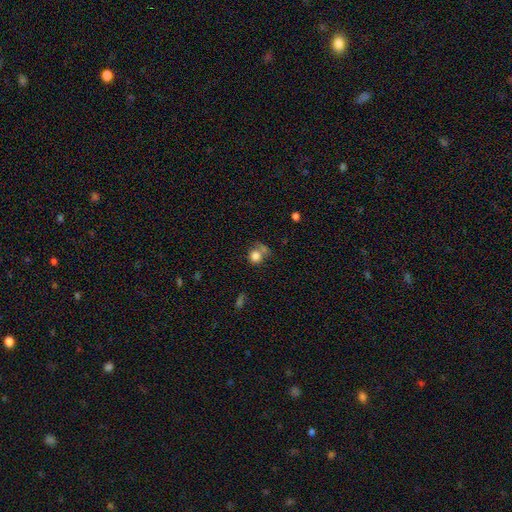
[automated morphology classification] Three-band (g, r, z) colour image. It shows a smooth galaxy with no disk features (80%) that is round (82%). Merging: none (48%).